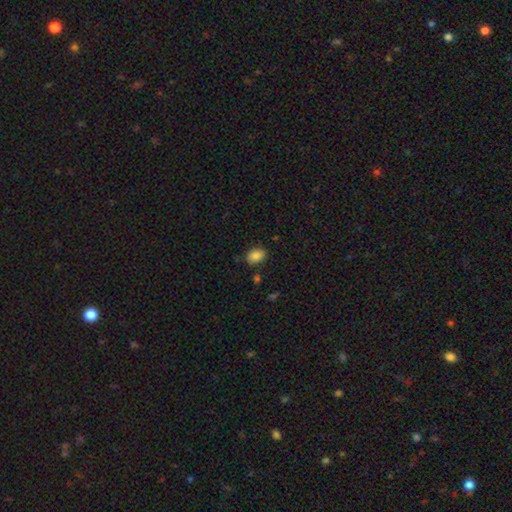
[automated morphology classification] Smooth or featured?
  - smooth: 86% *
  - star or artifact: 9%
  - featured or disk: 5%
How rounded?
  - in between: 84% *
  - round: 15%
  - cigar-shaped: 1%
Merging?
  - none: 81% *
  - minor disturbance: 13%
  - major disturbance: 3%
  - merger: 3%